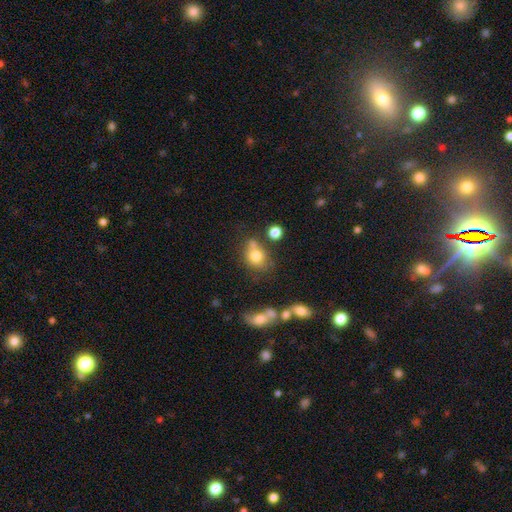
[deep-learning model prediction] Q: Smooth or featured?
A: smooth (75%); runner-up: featured or disk (13%)
Q: How rounded?
A: round (56%); runner-up: in between (43%)
Q: Merging?
A: none (46%); runner-up: merger (26%)